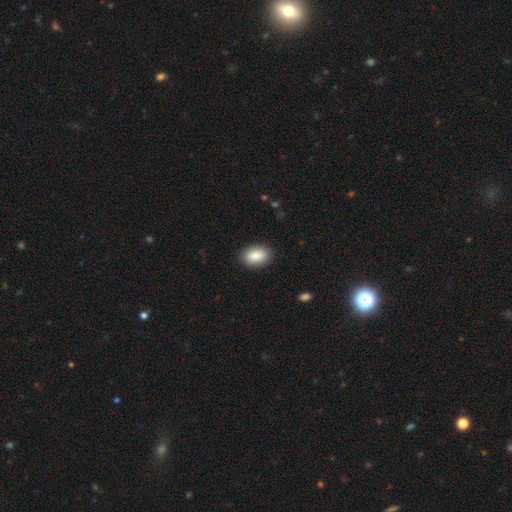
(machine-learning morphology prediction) This appears to be a smooth galaxy with no disk features (87%) that is in between round and cigar-shaped (88%). Merging: none (89%).